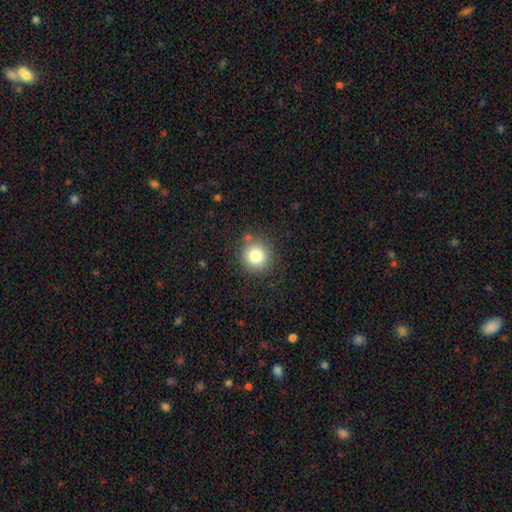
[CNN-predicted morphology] The model was most divided on "smooth or featured": smooth: 79%, star or artifact: 12%, featured or disk: 9%. More confident: how rounded — round (92%); merging — none (84%).